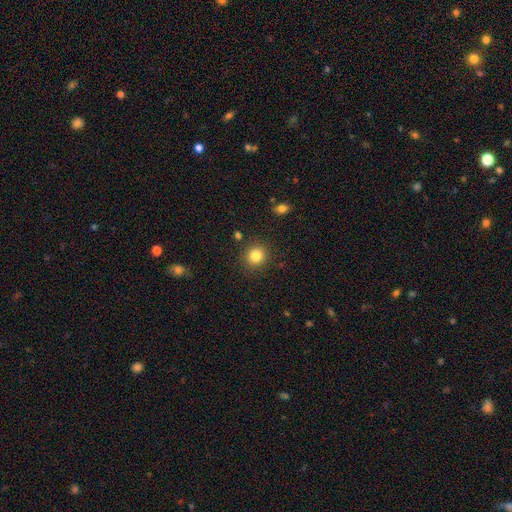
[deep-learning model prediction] smooth_or_featured: smooth (p=0.83) [alt: star or artifact p=0.11]
how_rounded: round (p=0.89) [alt: in between p=0.11]
merging: none (p=0.88) [alt: minor disturbance p=0.07]